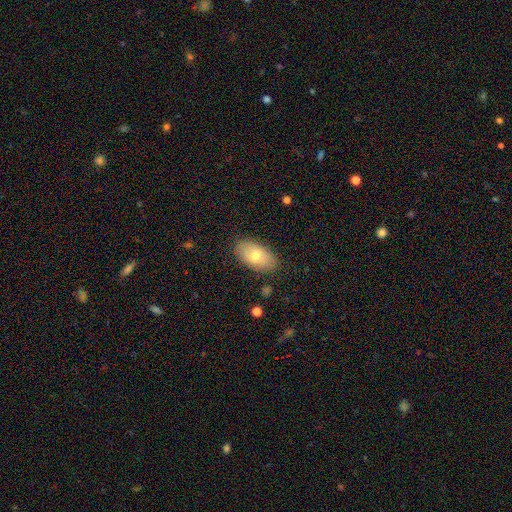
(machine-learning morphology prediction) Smooth or featured? Predicted: smooth (p=0.70). How rounded? Predicted: in between (p=0.93). Merging? Predicted: none (p=0.85).